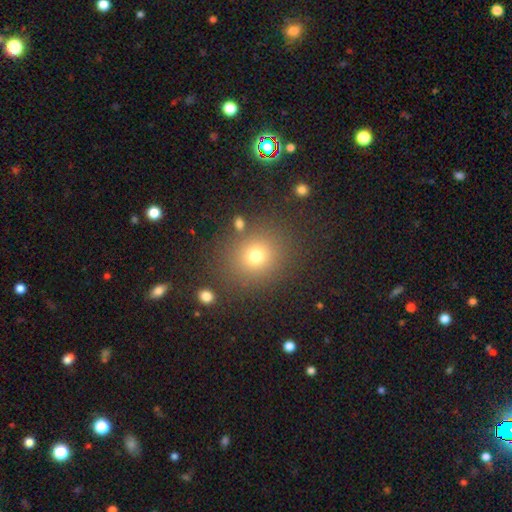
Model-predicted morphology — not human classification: This appears to be a smooth galaxy with no disk features (73%) that is round (82%). Merging: none (84%).